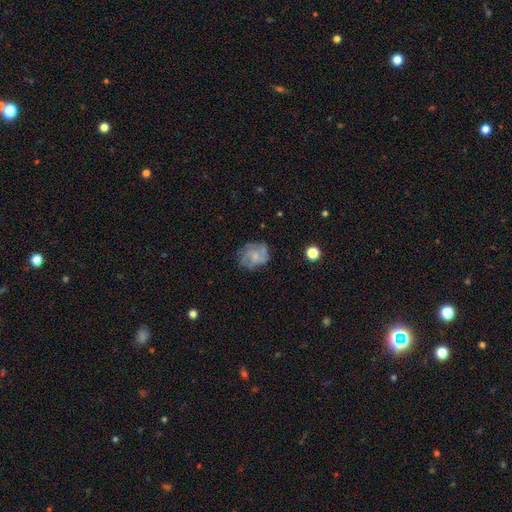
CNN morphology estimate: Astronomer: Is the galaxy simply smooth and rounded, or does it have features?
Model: featured or disk — 63%.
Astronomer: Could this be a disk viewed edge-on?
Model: no — 98%.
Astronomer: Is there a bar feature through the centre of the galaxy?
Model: no — 78%.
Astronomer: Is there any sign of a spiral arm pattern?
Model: yes — 80%.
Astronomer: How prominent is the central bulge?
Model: small — 55%.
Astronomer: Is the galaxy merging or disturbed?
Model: none — 66%.